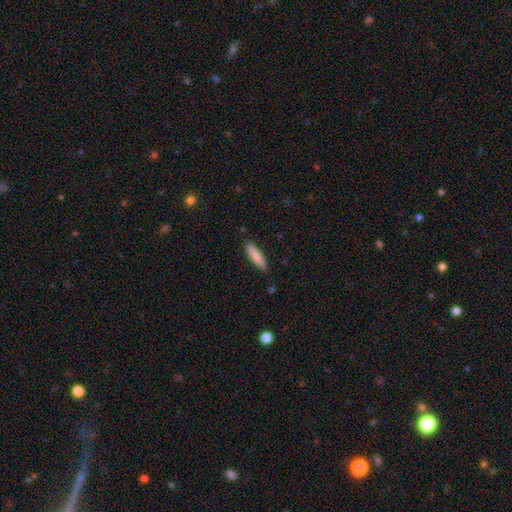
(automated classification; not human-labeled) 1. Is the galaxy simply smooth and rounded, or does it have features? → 84% smooth, 10% featured or disk, 6% star or artifact.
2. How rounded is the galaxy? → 79% cigar-shaped, 19% in between, 1% round.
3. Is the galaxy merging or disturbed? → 88% none, 9% minor disturbance, 2% major disturbance, 1% merger.